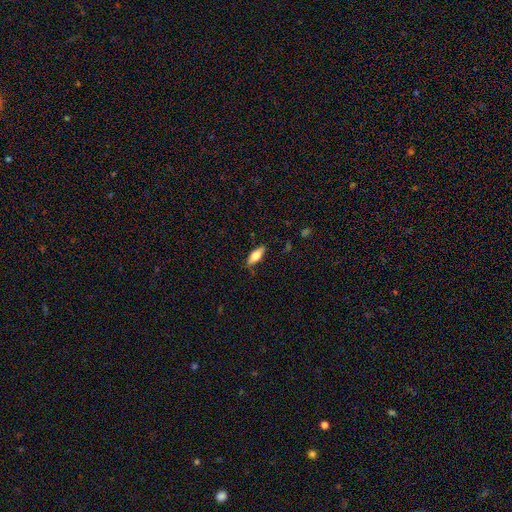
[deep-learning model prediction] smooth-or-featured: smooth: 70% | featured or disk: 24% | star or artifact: 7%
  how-rounded: in between: 71% | cigar-shaped: 26% | round: 2%
  merging: none: 83% | minor disturbance: 13% | major disturbance: 3% | merger: 1%